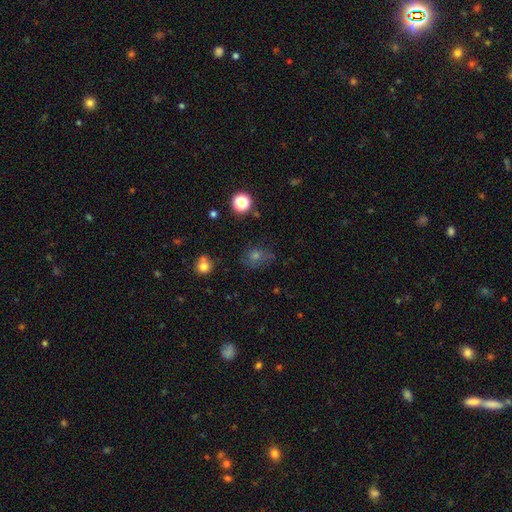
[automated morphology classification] A smooth galaxy with no disk features (52%) that is round (64%).

Vote fractions:
- Smooth or featured? smooth: 52% / star or artifact: 31% / featured or disk: 17%
- How rounded? round: 64% / in between: 35% / cigar-shaped: 1%
- Merging? none: 67% / minor disturbance: 20% / major disturbance: 10% / merger: 3%